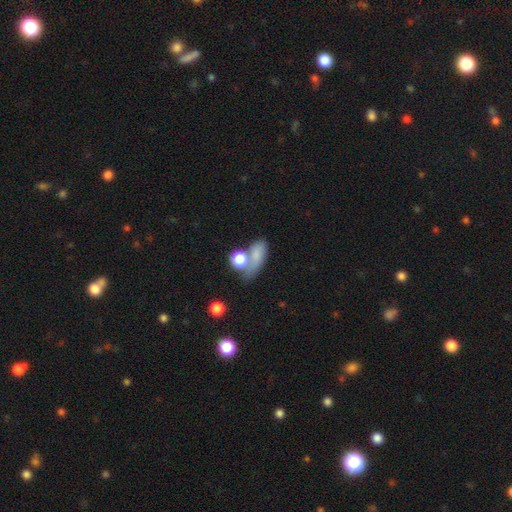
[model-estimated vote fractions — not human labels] smooth_or_featured: smooth (p=0.74) [alt: featured or disk p=0.15]
how_rounded: in between (p=0.64) [alt: round p=0.25]
merging: none (p=0.35) [alt: merger p=0.34]